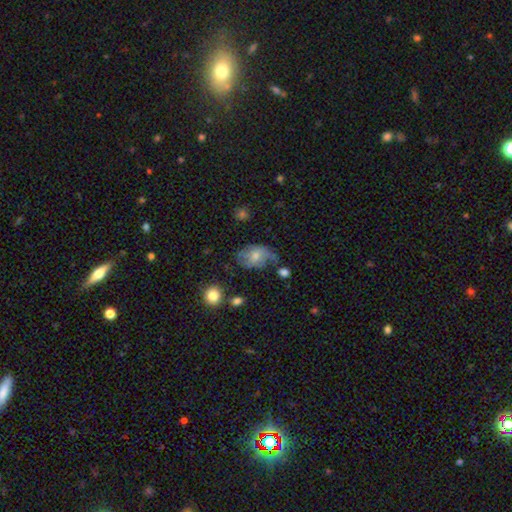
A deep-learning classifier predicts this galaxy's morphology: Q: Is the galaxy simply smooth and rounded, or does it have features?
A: featured or disk — 50%.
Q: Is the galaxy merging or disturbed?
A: none — 42%.